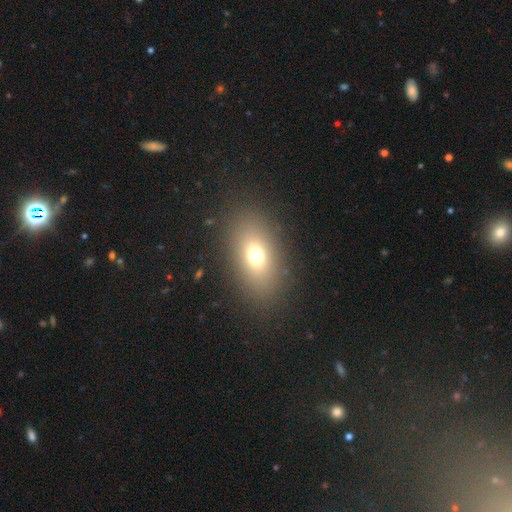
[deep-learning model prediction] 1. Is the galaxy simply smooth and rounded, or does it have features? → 68% smooth, 16% star or artifact, 16% featured or disk.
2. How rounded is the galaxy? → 79% in between, 18% round, 3% cigar-shaped.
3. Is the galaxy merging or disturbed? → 85% none, 8% minor disturbance, 6% major disturbance, 1% merger.